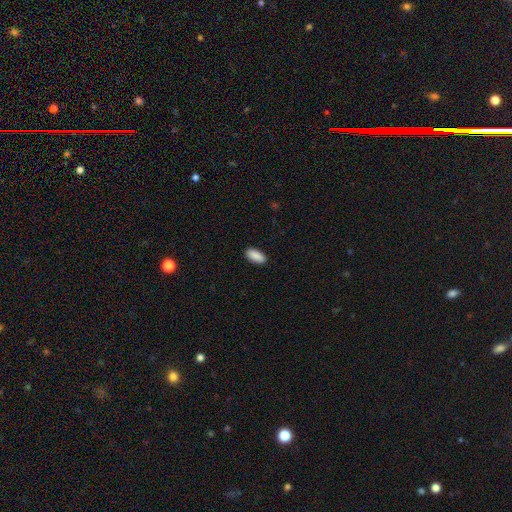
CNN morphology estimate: Smooth or featured: smooth — 90% (star or artifact — 6%)
How rounded: in between — 90% (cigar-shaped — 8%)
Merging: none — 90% (minor disturbance — 7%)